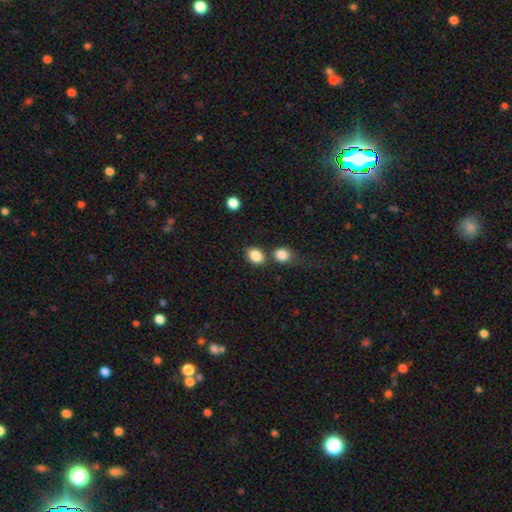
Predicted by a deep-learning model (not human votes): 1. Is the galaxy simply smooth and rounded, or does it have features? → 86% smooth, 9% star or artifact, 5% featured or disk.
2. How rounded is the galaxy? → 58% in between, 41% round, 1% cigar-shaped.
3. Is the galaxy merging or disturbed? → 65% none, 20% merger, 11% minor disturbance, 4% major disturbance.